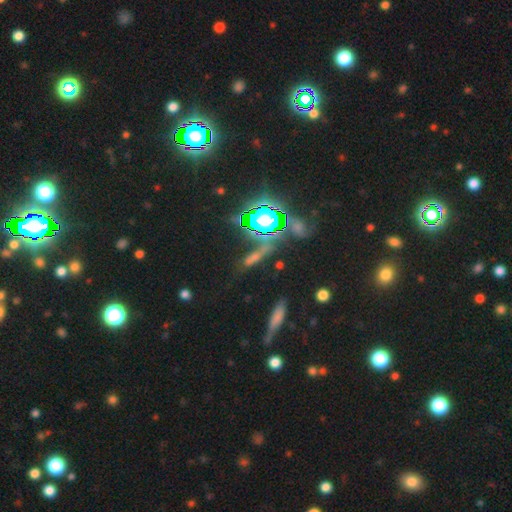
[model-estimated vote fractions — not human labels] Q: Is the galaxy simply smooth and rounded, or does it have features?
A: star or artifact — 53%.